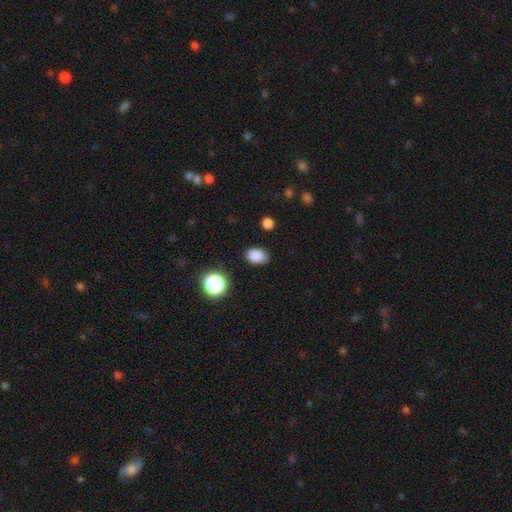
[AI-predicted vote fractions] smooth-or-featured: smooth: 86% | star or artifact: 11% | featured or disk: 3%
  how-rounded: in between: 77% | round: 22% | cigar-shaped: 1%
  merging: none: 86% | minor disturbance: 10% | major disturbance: 3% | merger: 2%